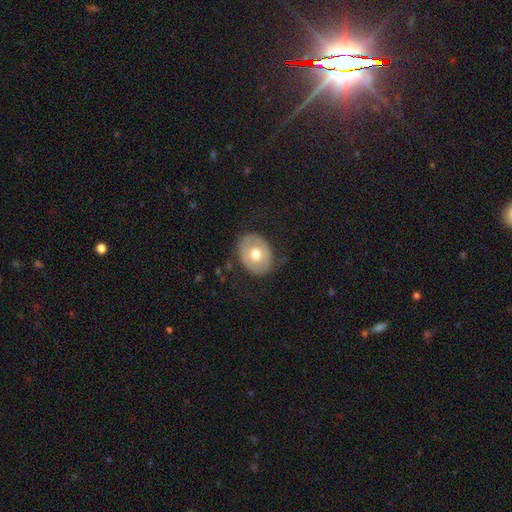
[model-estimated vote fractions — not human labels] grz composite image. It shows a smooth galaxy with no disk features (56%) that is in between round and cigar-shaped (57%). Merging: none (77%).